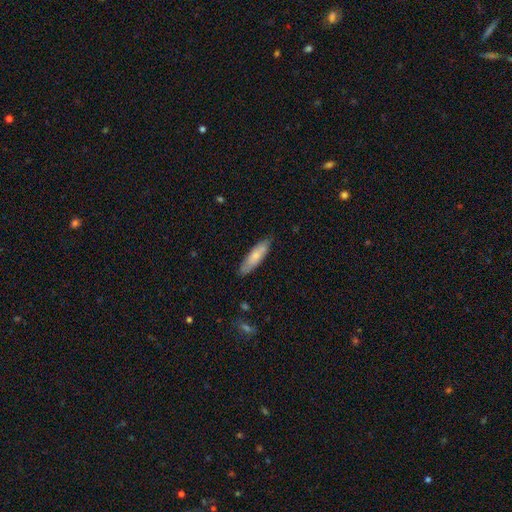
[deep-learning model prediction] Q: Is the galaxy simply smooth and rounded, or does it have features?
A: smooth — 73%.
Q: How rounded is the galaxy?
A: cigar-shaped — 61%.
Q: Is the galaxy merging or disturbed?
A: none — 82%.